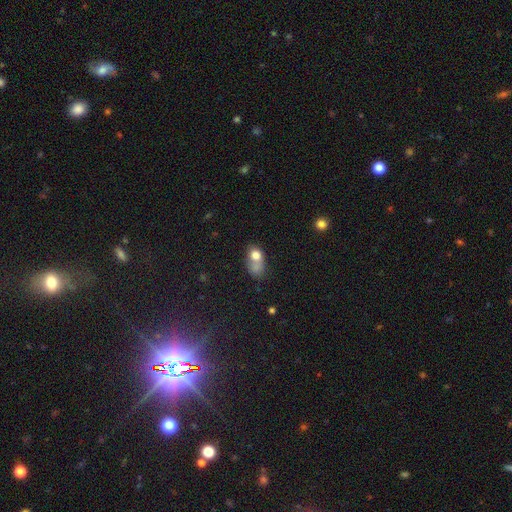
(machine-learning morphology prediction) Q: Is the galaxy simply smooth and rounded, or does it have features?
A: smooth — 73%.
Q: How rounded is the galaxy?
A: in between — 55%.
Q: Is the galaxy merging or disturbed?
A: merger — 54%.